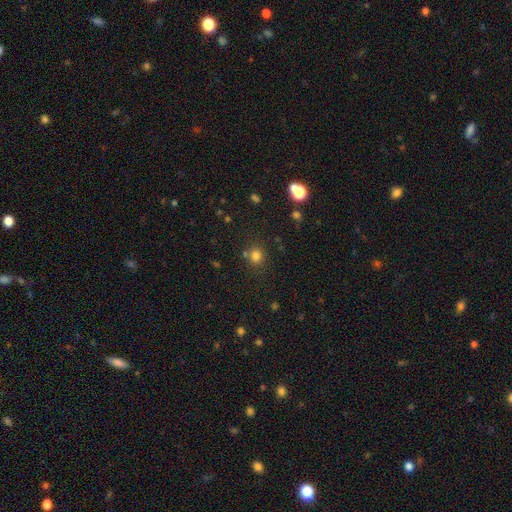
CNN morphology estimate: type=smooth (77%); roundness=round (84%); merging=none (74%).